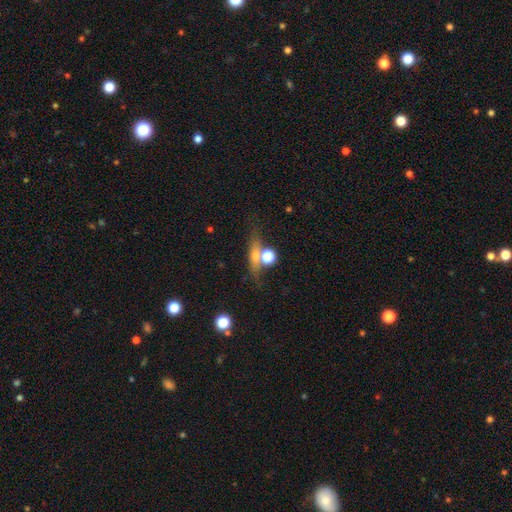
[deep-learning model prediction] smooth 47%, featured or disk 36%, star or artifact 17%. Down the decision tree: merging — none (63%).